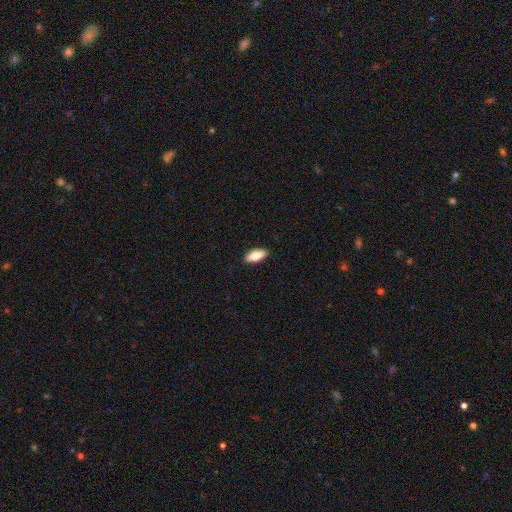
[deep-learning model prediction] smooth_or_featured: smooth (p=0.75) [alt: featured or disk p=0.19]
how_rounded: in between (p=0.81) [alt: cigar-shaped p=0.17]
merging: none (p=0.90) [alt: minor disturbance p=0.07]